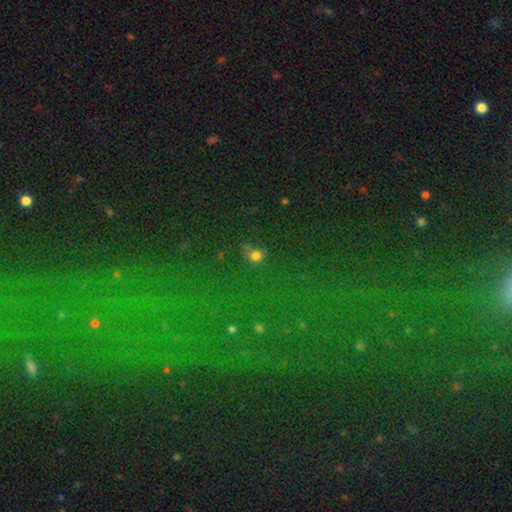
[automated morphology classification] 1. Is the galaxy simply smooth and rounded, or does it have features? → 67% smooth, 25% star or artifact, 8% featured or disk.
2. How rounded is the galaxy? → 75% round, 23% in between, 2% cigar-shaped.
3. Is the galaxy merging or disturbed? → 60% none, 18% minor disturbance, 11% merger, 10% major disturbance.